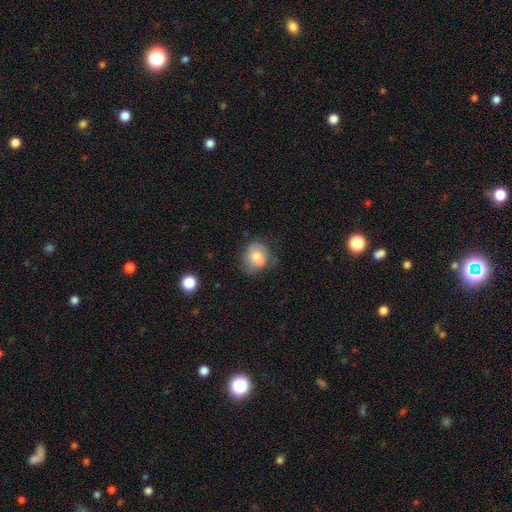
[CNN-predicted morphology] type=smooth (58%); roundness=round (63%); merging=none (40%).